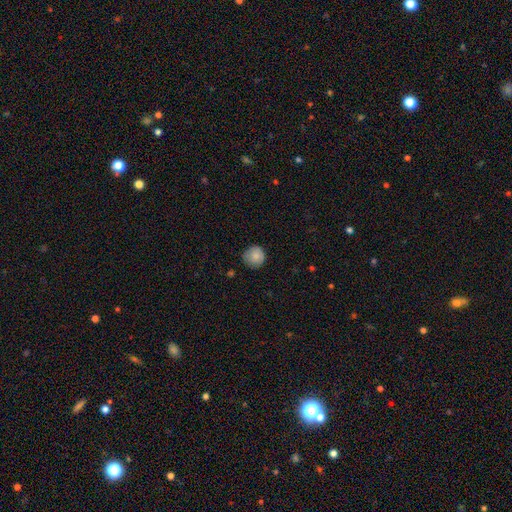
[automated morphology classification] Smooth or featured?
  - smooth: 83% *
  - featured or disk: 10%
  - star or artifact: 8%
How rounded?
  - round: 93% *
  - in between: 7%
  - cigar-shaped: 1%
Merging?
  - none: 77% *
  - minor disturbance: 19%
  - major disturbance: 3%
  - merger: 1%